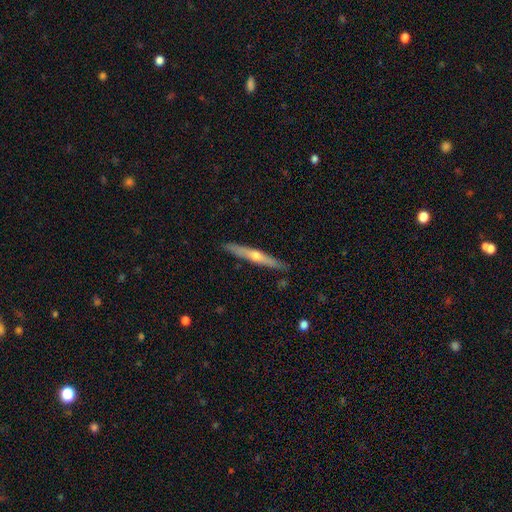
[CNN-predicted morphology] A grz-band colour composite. It shows a featured or disk galaxy (63%) viewed edge-on (96%) with a rounded central bulge (82%). Merging: none (90%).